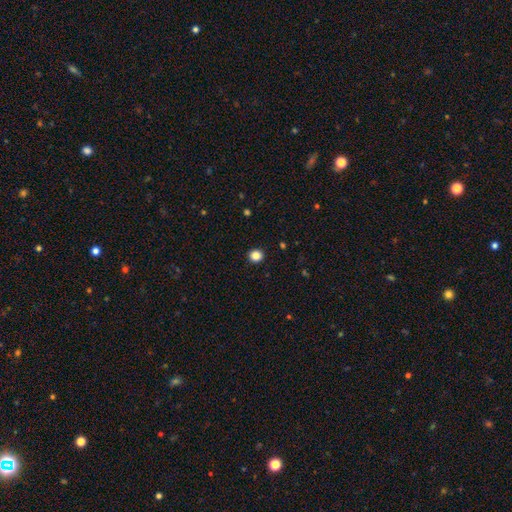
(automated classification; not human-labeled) A smooth galaxy with no disk features (86%) that is round (86%).

Vote fractions:
- Smooth or featured? smooth: 86% / star or artifact: 11% / featured or disk: 3%
- How rounded? round: 86% / in between: 13% / cigar-shaped: 1%
- Merging? none: 93% / minor disturbance: 5% / major disturbance: 2% / merger: 1%